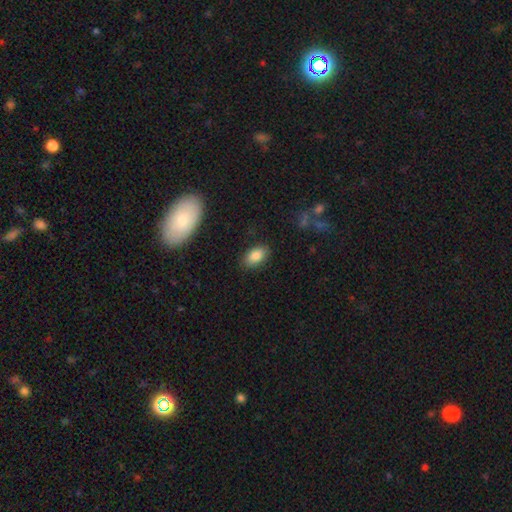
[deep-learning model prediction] smooth-or-featured: smooth: 84% | star or artifact: 8% | featured or disk: 8%
  how-rounded: in between: 91% | round: 7% | cigar-shaped: 2%
  merging: none: 85% | minor disturbance: 11% | major disturbance: 3% | merger: 1%